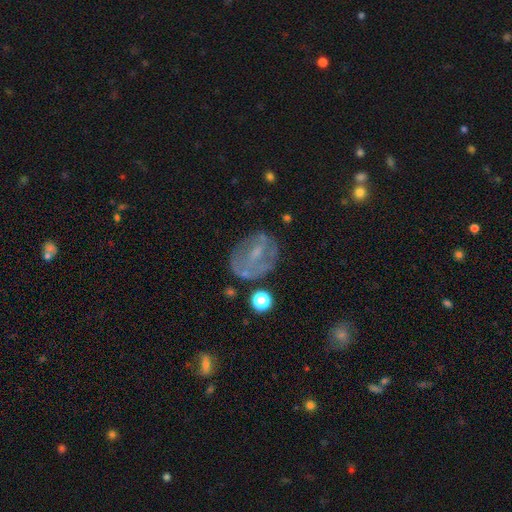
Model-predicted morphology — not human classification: smooth-or-featured: featured or disk: 56% | smooth: 32% | star or artifact: 12%
  disk-edge-on: no: 96% | yes: 4%
    bar: no: 47% | weak: 40% | strong: 13%
    has-spiral-arms: no: 54% | yes: 46%
    bulge-size: small: 48% | none: 25% | moderate: 24% | large: 2% | dominant: 1%
  merging: none: 59% | minor disturbance: 22% | major disturbance: 15% | merger: 4%